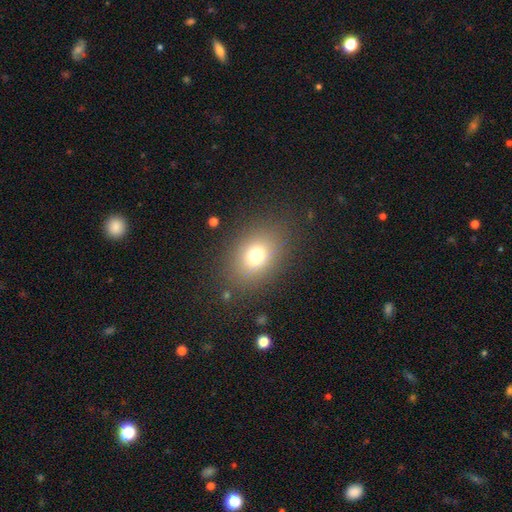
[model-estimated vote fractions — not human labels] Smooth or featured: smooth — 71% (star or artifact — 16%)
How rounded: in between — 58% (round — 40%)
Merging: none — 83% (minor disturbance — 10%)